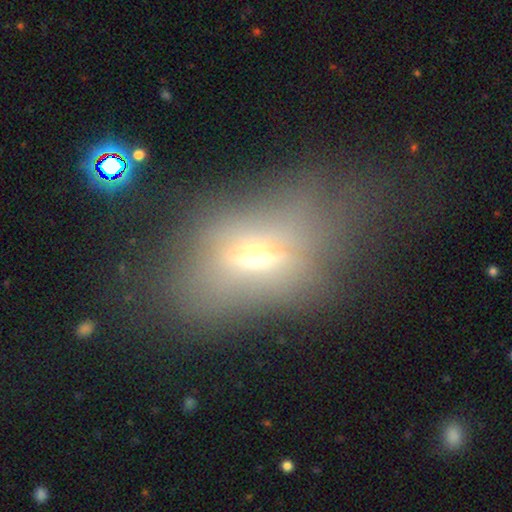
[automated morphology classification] The model was most divided on "smooth or featured": smooth: 44%, featured or disk: 37%, star or artifact: 19%. Remaining: merging — none (45%).